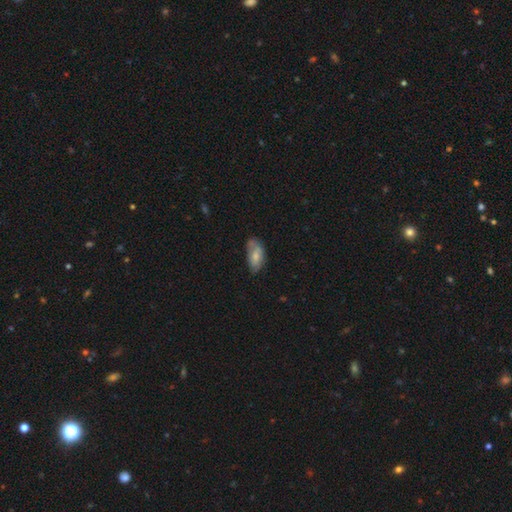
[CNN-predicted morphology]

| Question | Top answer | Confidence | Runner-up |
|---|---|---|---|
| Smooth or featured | smooth | 64% | featured or disk (29%) |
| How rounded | in between | 92% | cigar-shaped (5%) |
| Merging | none | 53% | minor disturbance (35%) |